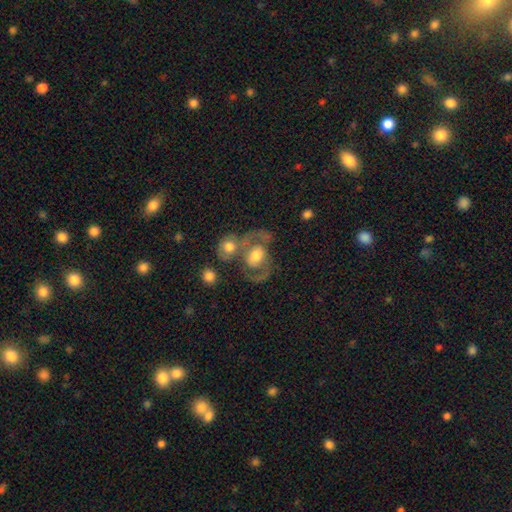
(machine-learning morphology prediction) The model was most divided on "merging": none: 44%, merger: 31%, minor disturbance: 14%, major disturbance: 11%. More confident: edge-on disk — no (96%); spiral arms — yes (70%); bar — no (67%); smooth or featured — featured or disk (66%); bulge size — moderate (50%).